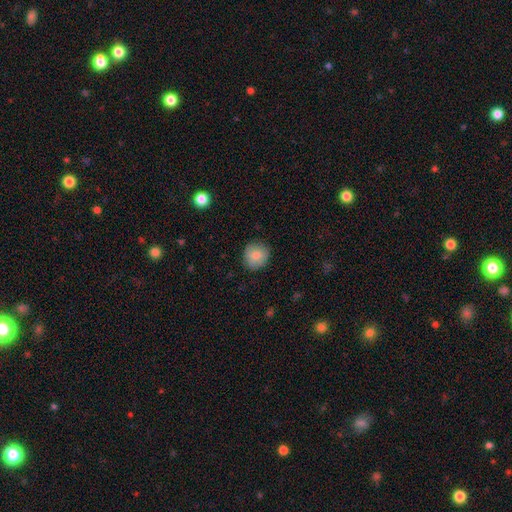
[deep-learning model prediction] smooth_or_featured: smooth (p=0.84) [alt: featured or disk p=0.08]
how_rounded: round (p=0.89) [alt: in between p=0.10]
merging: none (p=0.87) [alt: minor disturbance p=0.10]